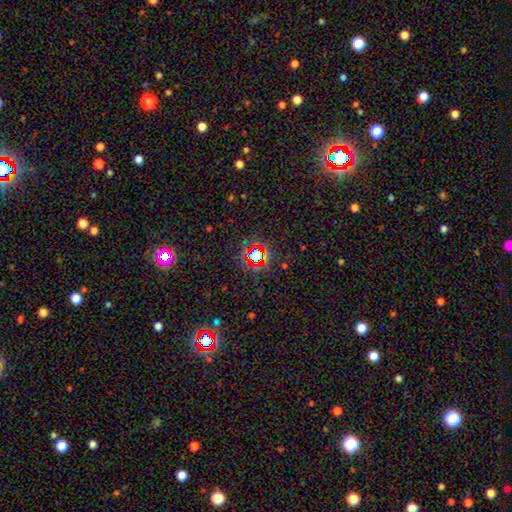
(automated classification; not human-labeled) Smooth or featured: star or artifact — 70% (smooth — 20%)